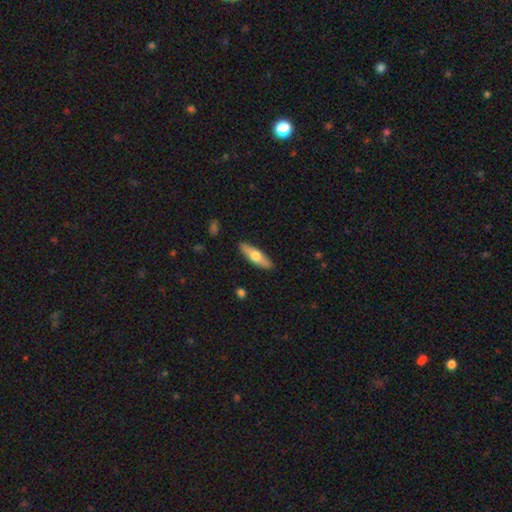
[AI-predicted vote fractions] Smooth or featured? Predicted: smooth (p=0.60). How rounded? Predicted: cigar-shaped (p=0.55). Merging? Predicted: none (p=0.89).